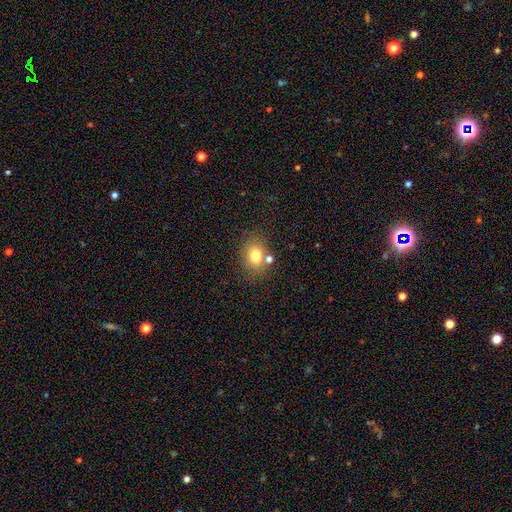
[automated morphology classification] Smooth or featured: smooth — 75% (star or artifact — 12%)
How rounded: round — 51% (in between — 48%)
Merging: none — 70% (merger — 14%)